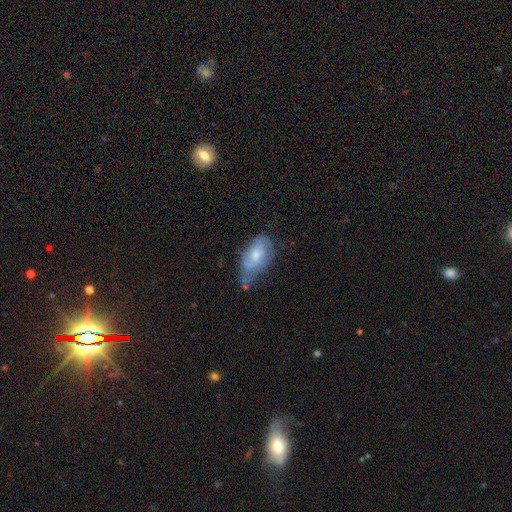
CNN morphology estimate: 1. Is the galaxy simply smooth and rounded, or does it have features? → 50% smooth, 43% featured or disk, 7% star or artifact.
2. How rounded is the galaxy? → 90% in between, 5% cigar-shaped, 4% round.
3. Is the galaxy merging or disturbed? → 40% minor disturbance, 36% none, 18% major disturbance, 6% merger.